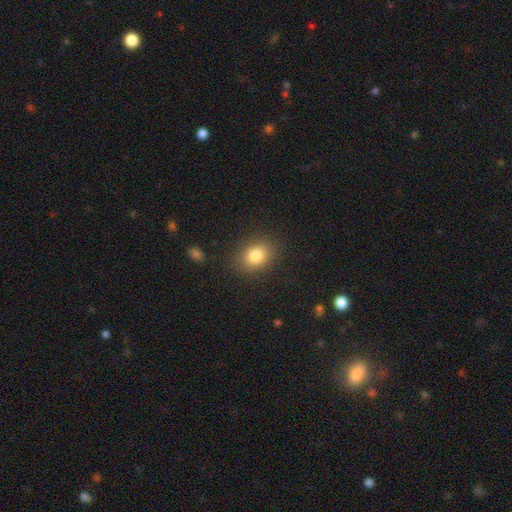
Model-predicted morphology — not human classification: Smooth or featured? smooth (82%)
How rounded? in between (66%)
Merging? none (84%)